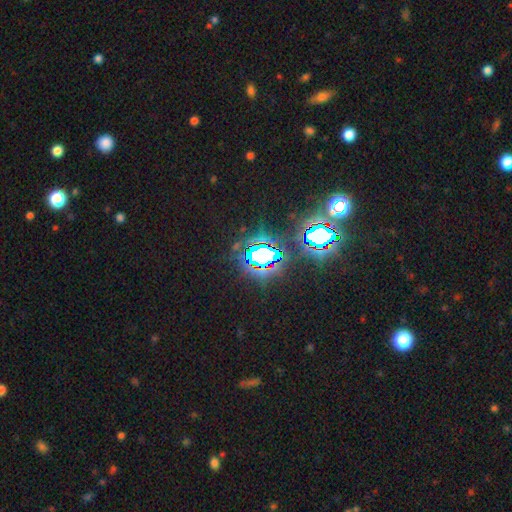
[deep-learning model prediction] Morphology: type=star or artifact (81%).